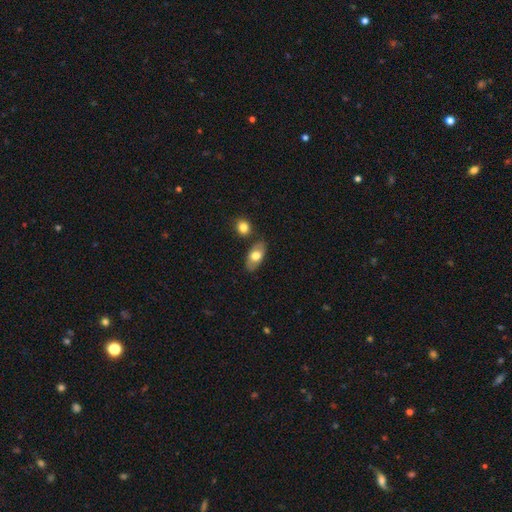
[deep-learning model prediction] smooth-or-featured: smooth: 69% | featured or disk: 24% | star or artifact: 6%
  how-rounded: in between: 91% | round: 5% | cigar-shaped: 4%
  merging: none: 77% | minor disturbance: 12% | merger: 8% | major disturbance: 3%